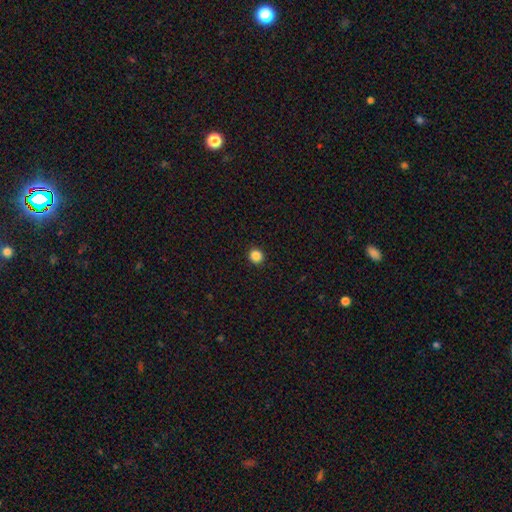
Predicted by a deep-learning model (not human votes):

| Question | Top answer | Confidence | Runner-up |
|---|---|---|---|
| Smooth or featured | smooth | 86% | star or artifact (11%) |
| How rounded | round | 92% | in between (7%) |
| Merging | none | 93% | minor disturbance (4%) |